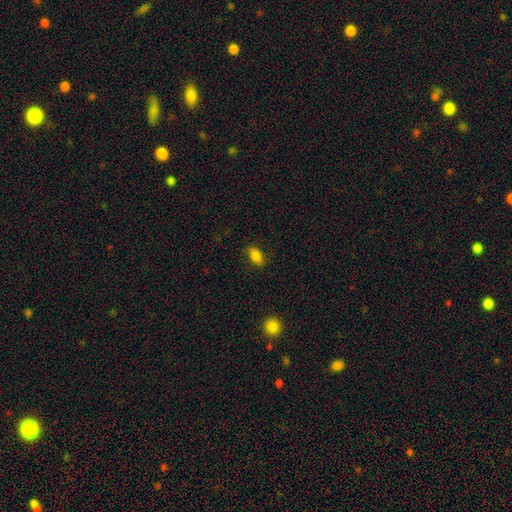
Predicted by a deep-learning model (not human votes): smooth_or_featured: smooth (p=0.81) [alt: star or artifact p=0.10]
how_rounded: in between (p=0.88) [alt: round p=0.08]
merging: none (p=0.78) [alt: minor disturbance p=0.16]